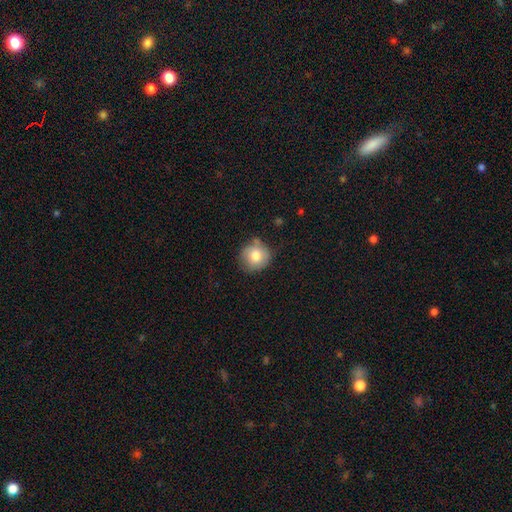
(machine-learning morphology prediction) smooth-or-featured: smooth: 78% | featured or disk: 13% | star or artifact: 9%
  how-rounded: round: 91% | in between: 8% | cigar-shaped: 1%
  merging: none: 74% | minor disturbance: 18% | major disturbance: 4% | merger: 4%